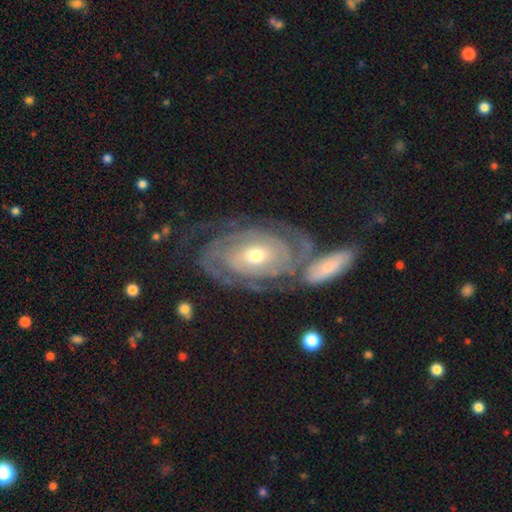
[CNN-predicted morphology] A featured or disk galaxy (86%) with no bar (70%), 2 (50%) tight (70%) spiral arms (91%) and a moderate central bulge (55%).

Vote fractions:
- Smooth or featured? featured or disk: 86% / smooth: 9% / star or artifact: 5%
- Edge-on disk? no: 96% / yes: 4%
- Bar? no: 70% / weak: 21% / strong: 9%
- Spiral arms? yes: 91% / no: 9%
- Spiral winding? tight: 70% / medium: 22% / loose: 7%
- Spiral arm count? 2: 50% / can't tell: 25% / 3: 11% / 1: 5% / 4: 5% / more than 4: 5%
- Bulge size? moderate: 55% / small: 38% / large: 4% / dominant: 1% / none: 1%
- Merging? none: 53% / merger: 19% / minor disturbance: 16% / major disturbance: 12%